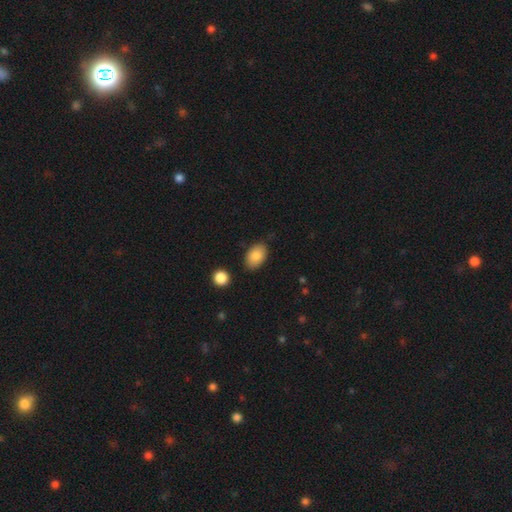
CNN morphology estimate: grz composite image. It shows a smooth galaxy with no disk features (85%) that is in between round and cigar-shaped (89%). Merging: none (83%).